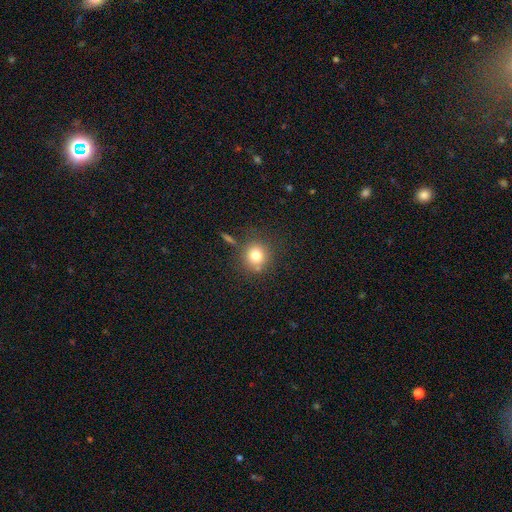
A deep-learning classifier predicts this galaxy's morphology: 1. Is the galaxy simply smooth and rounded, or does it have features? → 78% smooth, 12% star or artifact, 10% featured or disk.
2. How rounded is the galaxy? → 90% round, 9% in between, 1% cigar-shaped.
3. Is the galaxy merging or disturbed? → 76% none, 11% minor disturbance, 9% merger, 4% major disturbance.